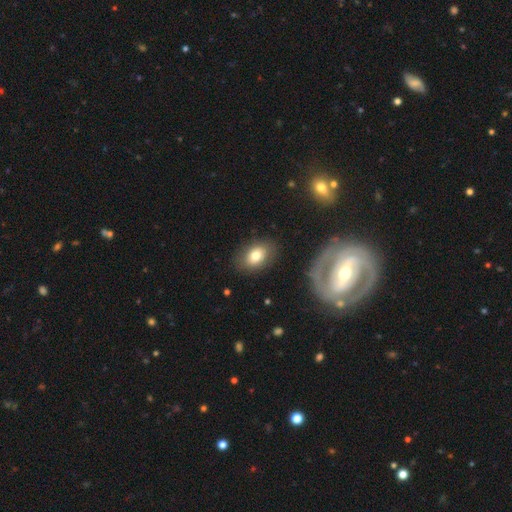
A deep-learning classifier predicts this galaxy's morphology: This appears to be a smooth galaxy with no disk features (76%) that is in between round and cigar-shaped (82%). Merging: none (82%).